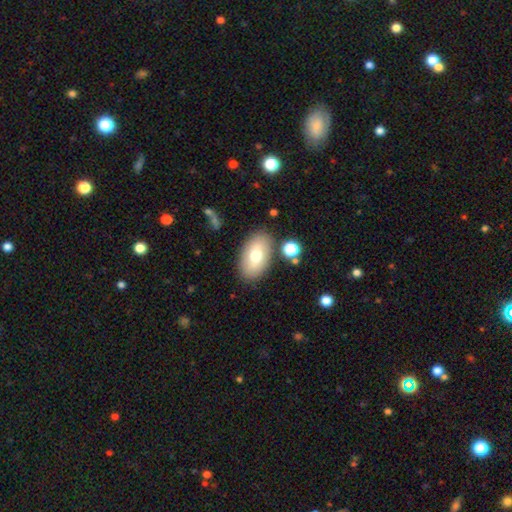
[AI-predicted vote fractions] Smooth or featured: smooth — 69% (featured or disk — 23%)
How rounded: in between — 93% (round — 5%)
Merging: none — 83% (minor disturbance — 10%)